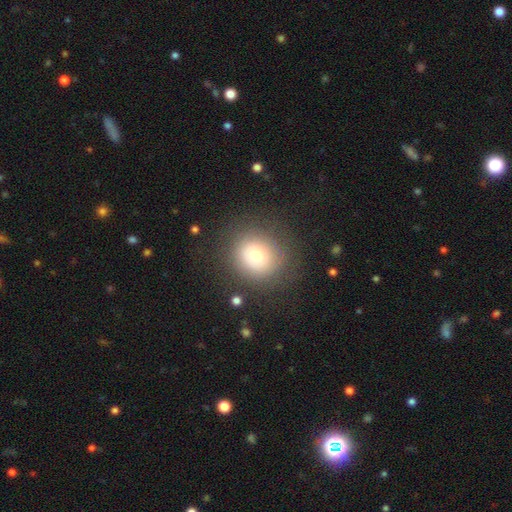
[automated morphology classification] smooth-or-featured: smooth: 71% | featured or disk: 14% | star or artifact: 14%
  how-rounded: round: 89% | in between: 10% | cigar-shaped: 1%
  merging: none: 83% | minor disturbance: 10% | major disturbance: 6% | merger: 2%